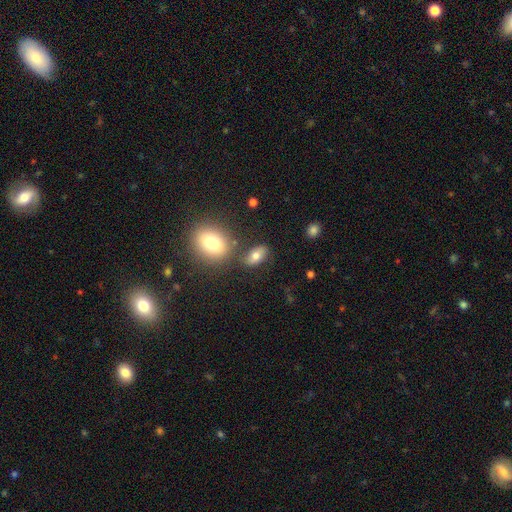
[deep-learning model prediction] smooth-or-featured: smooth: 74% | featured or disk: 15% | star or artifact: 11%
  how-rounded: in between: 87% | round: 10% | cigar-shaped: 3%
  merging: none: 72% | minor disturbance: 13% | merger: 10% | major disturbance: 5%